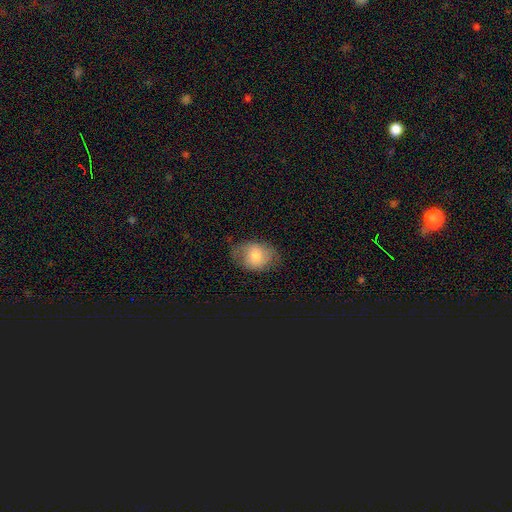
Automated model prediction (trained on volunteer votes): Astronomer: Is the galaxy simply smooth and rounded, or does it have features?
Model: smooth — 69%.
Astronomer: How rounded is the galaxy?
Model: in between — 66%.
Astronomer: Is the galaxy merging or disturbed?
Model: none — 64%.